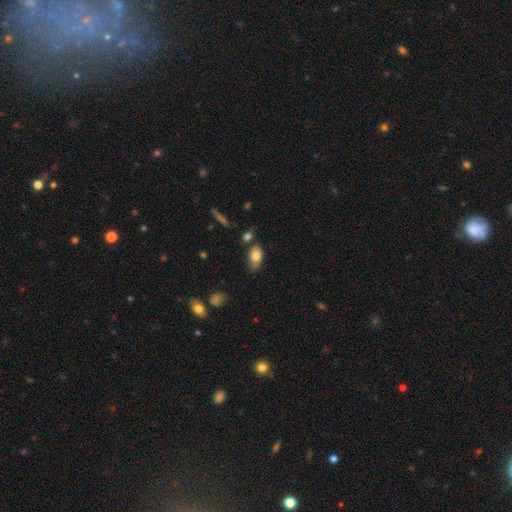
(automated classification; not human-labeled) Smooth or featured?
  - smooth: 79% *
  - featured or disk: 14%
  - star or artifact: 7%
How rounded?
  - in between: 91% *
  - round: 6%
  - cigar-shaped: 3%
Merging?
  - none: 57% *
  - minor disturbance: 28%
  - merger: 8%
  - major disturbance: 6%